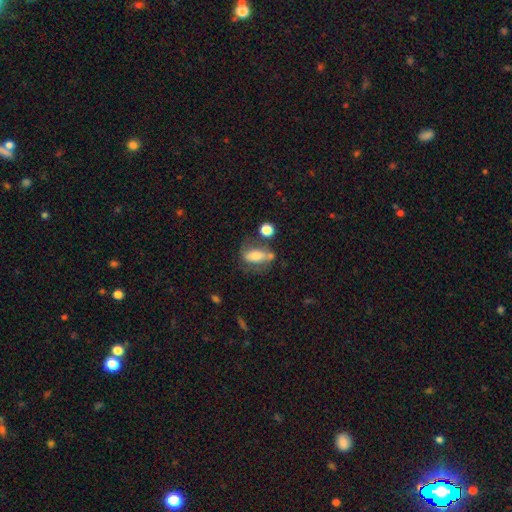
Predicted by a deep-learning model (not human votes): Q: Smooth or featured?
A: smooth (63%); runner-up: featured or disk (28%)
Q: How rounded?
A: in between (80%); runner-up: cigar-shaped (10%)
Q: Merging?
A: none (45%); runner-up: minor disturbance (23%)